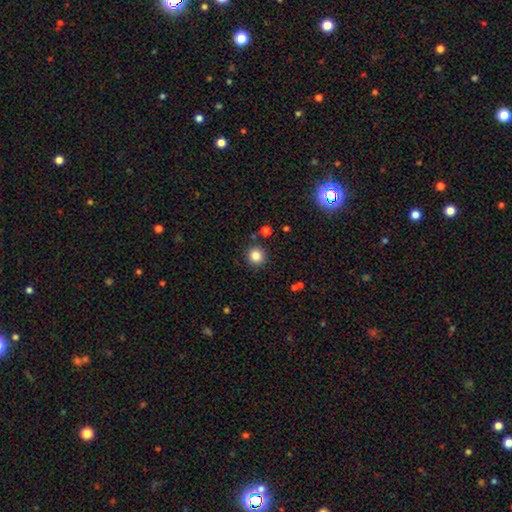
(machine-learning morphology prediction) smooth_or_featured: smooth (p=0.85) [alt: star or artifact p=0.11]
how_rounded: round (p=0.93) [alt: in between p=0.06]
merging: none (p=0.88) [alt: minor disturbance p=0.07]